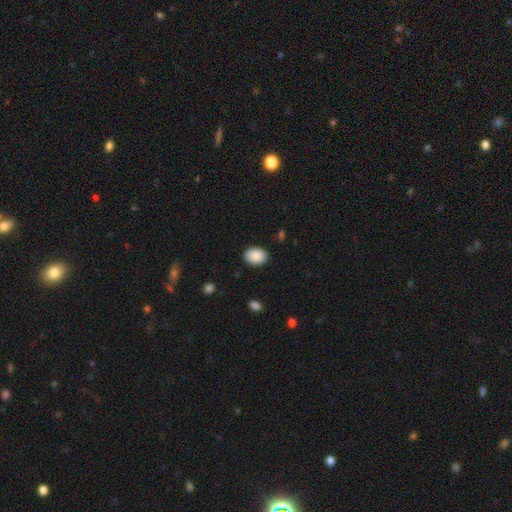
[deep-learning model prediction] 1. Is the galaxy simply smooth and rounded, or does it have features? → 89% smooth, 7% star or artifact, 4% featured or disk.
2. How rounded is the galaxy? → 72% in between, 27% round, 1% cigar-shaped.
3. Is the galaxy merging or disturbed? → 88% none, 9% minor disturbance, 2% major disturbance, 1% merger.